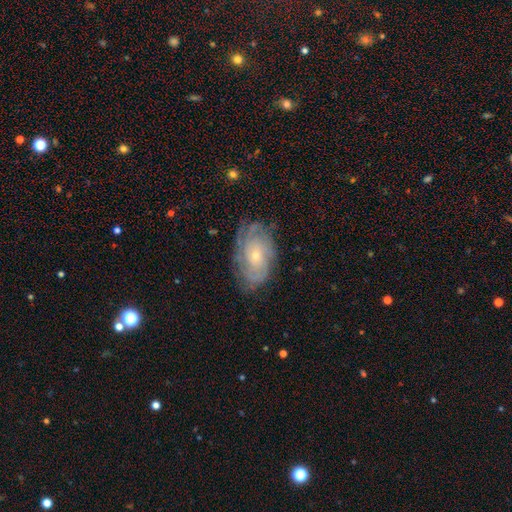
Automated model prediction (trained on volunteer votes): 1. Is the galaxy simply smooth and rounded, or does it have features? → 76% featured or disk, 16% smooth, 7% star or artifact.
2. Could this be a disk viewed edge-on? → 95% no, 5% yes.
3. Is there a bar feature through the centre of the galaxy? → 79% no, 18% weak, 3% strong.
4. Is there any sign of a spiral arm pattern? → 92% yes, 8% no.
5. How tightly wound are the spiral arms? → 69% tight, 24% medium, 7% loose.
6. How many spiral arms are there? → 45% can't tell, 15% 2, 14% 3, 14% 4, 7% more than 4, 5% 1.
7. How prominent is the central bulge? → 72% small, 24% moderate, 2% none, 1% large, 1% dominant.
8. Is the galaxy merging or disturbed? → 72% none, 19% minor disturbance, 7% major disturbance, 1% merger.